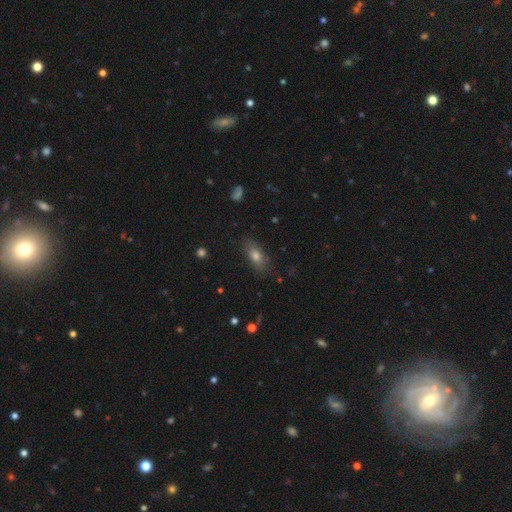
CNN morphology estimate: Smooth or featured?
  - smooth: 71% *
  - featured or disk: 17%
  - star or artifact: 12%
How rounded?
  - in between: 75% *
  - cigar-shaped: 19%
  - round: 6%
Merging?
  - none: 81% *
  - minor disturbance: 14%
  - major disturbance: 4%
  - merger: 2%